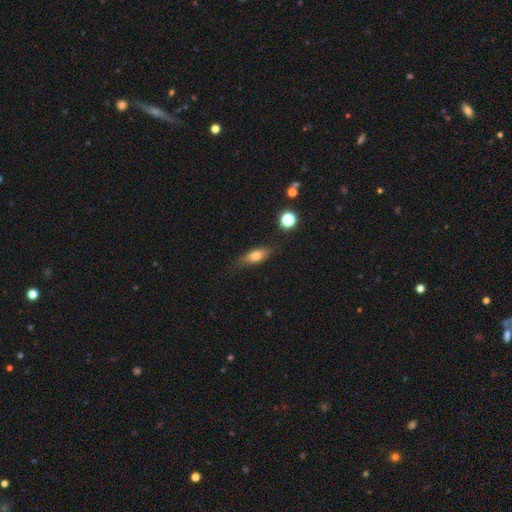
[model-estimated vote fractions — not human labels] Smooth or featured: smooth — 68% (featured or disk — 23%)
How rounded: in between — 67% (cigar-shaped — 27%)
Merging: none — 72% (minor disturbance — 20%)